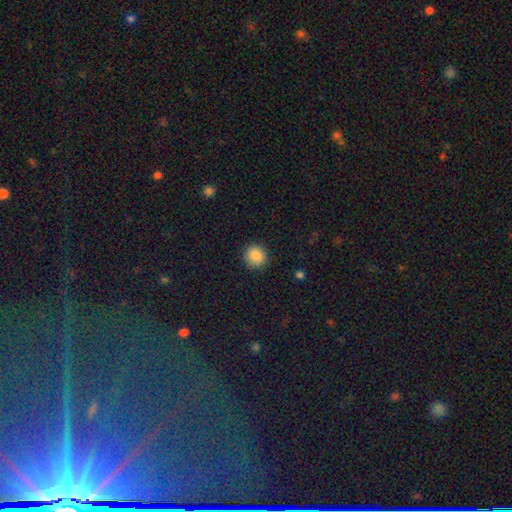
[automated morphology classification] Smooth or featured? Predicted: smooth (p=0.88). How rounded? Predicted: round (p=0.90). Merging? Predicted: none (p=0.91).